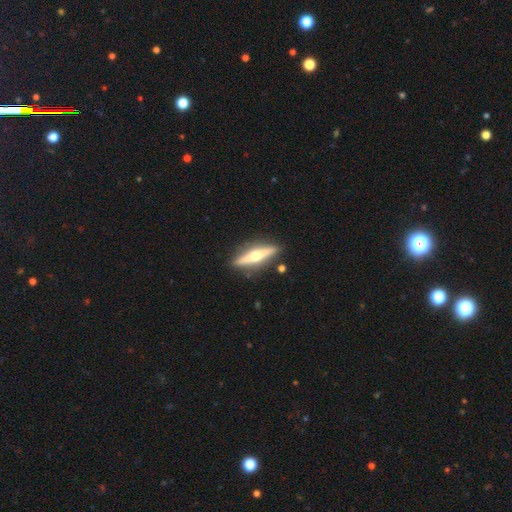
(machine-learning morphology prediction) featured or disk 74%, smooth 21%, star or artifact 5%. Down the decision tree: edge-on disk — yes (97%); edge-on bulge — rounded (95%); merging — none (89%).